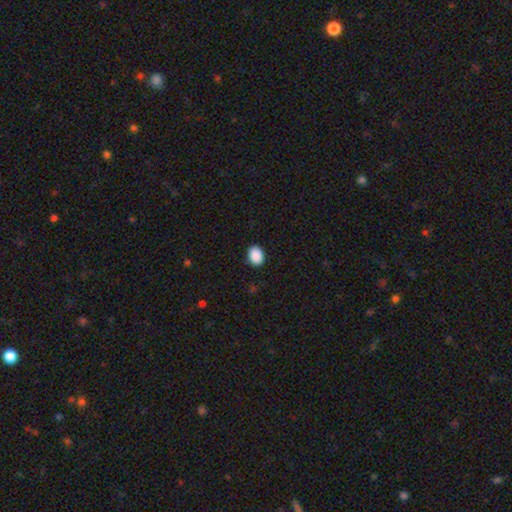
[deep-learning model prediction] smooth 90%, star or artifact 7%, featured or disk 2%. Down the decision tree: how rounded — in between (69%); merging — none (89%).